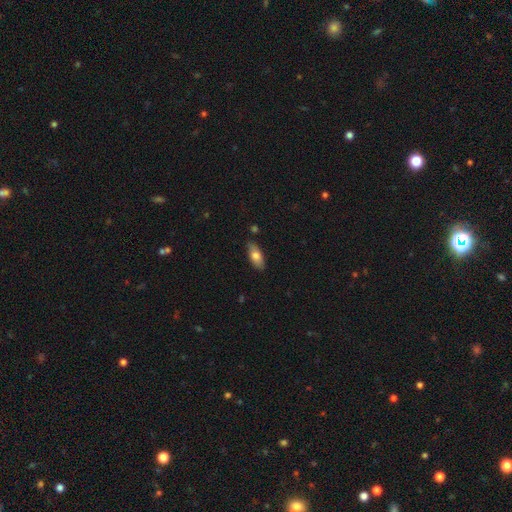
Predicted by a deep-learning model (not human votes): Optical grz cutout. It shows a smooth galaxy with no disk features (74%) that is in between round and cigar-shaped (80%). Merging: none (84%).